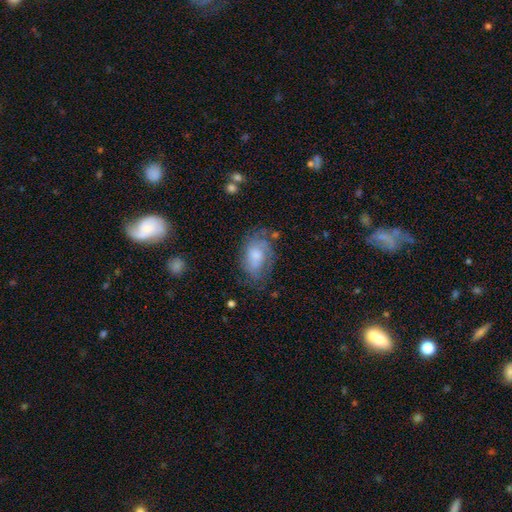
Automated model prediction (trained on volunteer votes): This appears to be a smooth galaxy with no disk features (52%) that is in between round and cigar-shaped (84%). Merging: none (56%).